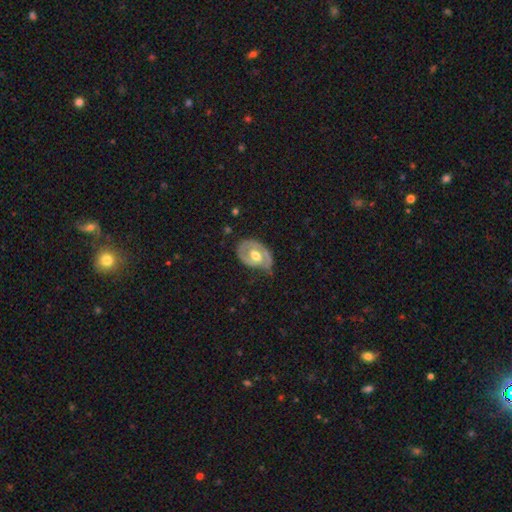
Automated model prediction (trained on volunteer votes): A featured or disk galaxy (71%) with no bar (61%), spiral arms (65%) and a moderate central bulge (65%). Merging: none (53%).